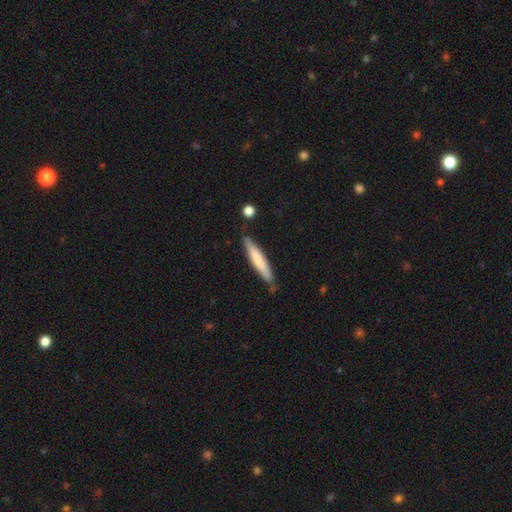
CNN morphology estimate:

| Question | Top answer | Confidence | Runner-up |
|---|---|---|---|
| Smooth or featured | smooth | 66% | featured or disk (28%) |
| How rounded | cigar-shaped | 92% | in between (7%) |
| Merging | none | 80% | minor disturbance (15%) |